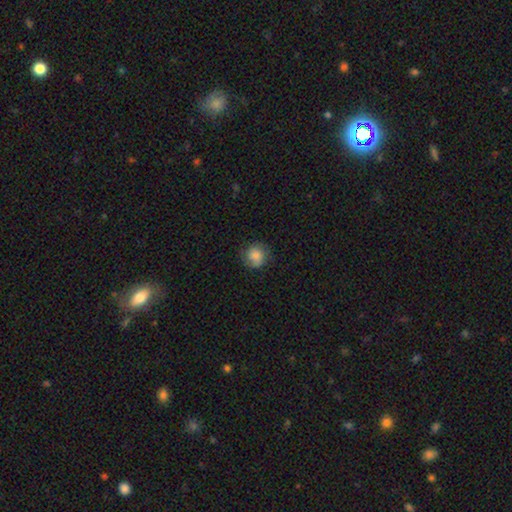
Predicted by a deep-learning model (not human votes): Smooth or featured? smooth (77%)
How rounded? round (86%)
Merging? none (78%)